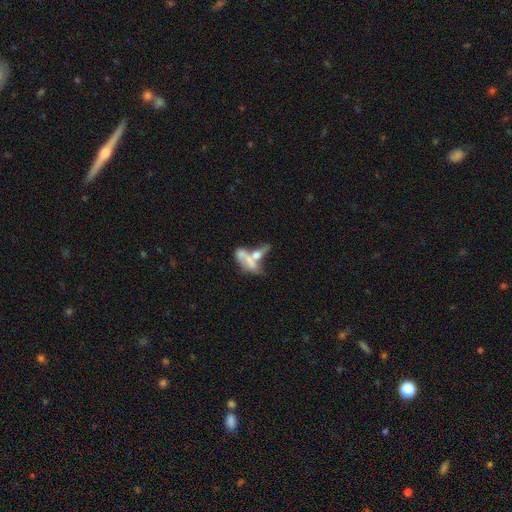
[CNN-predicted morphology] A featured or disk galaxy (46%). Merging: merger (61%).